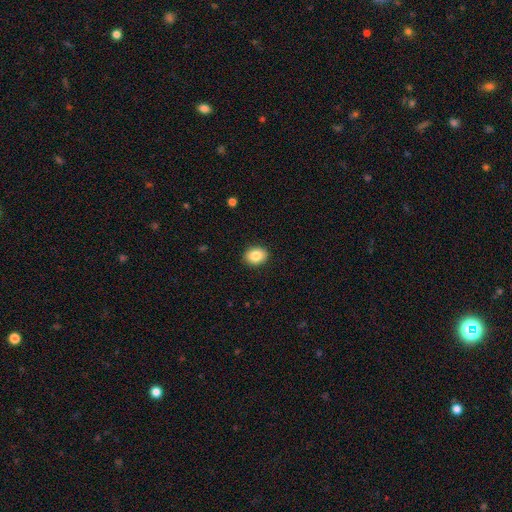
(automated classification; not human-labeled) Morphology: type=smooth (85%); roundness=in between (56%); merging=none (90%).